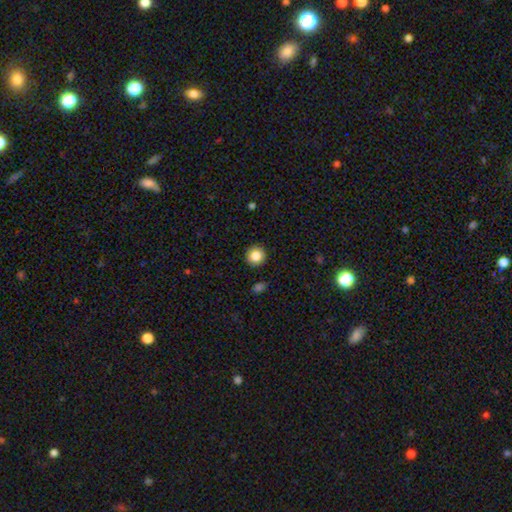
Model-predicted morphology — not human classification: smooth_or_featured: smooth (p=0.84) [alt: star or artifact p=0.10]
how_rounded: round (p=0.94) [alt: in between p=0.05]
merging: none (p=0.92) [alt: minor disturbance p=0.05]